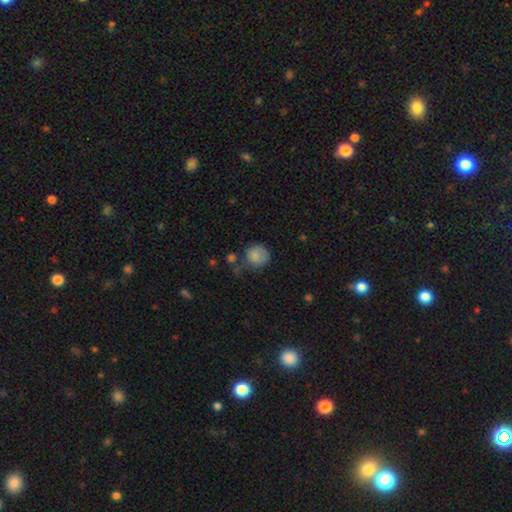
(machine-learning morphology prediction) This is clearly a smooth galaxy (81%). How rounded: clearly round (83%). Merging: possibly none (53%).